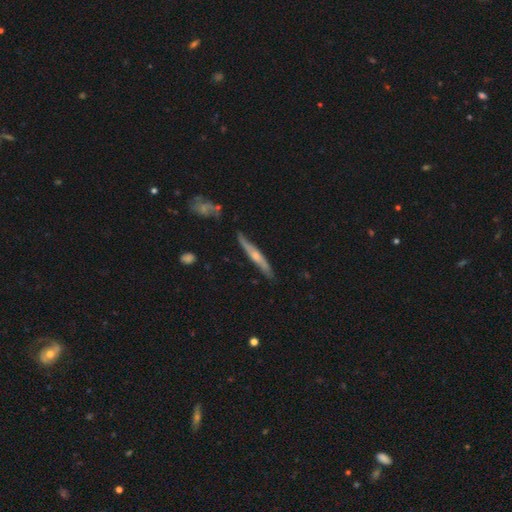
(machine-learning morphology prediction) This is likely a featured or disk galaxy (61%). It is clearly viewed edge-on (92%). Edge-on bulge: likely rounded (73%). Merging: likely none (79%).